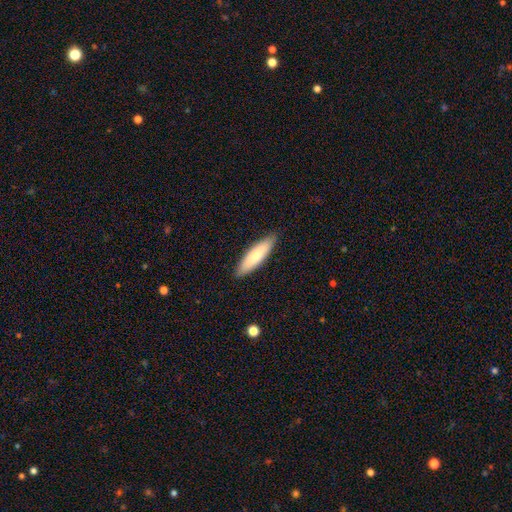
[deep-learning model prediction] Morphology: type=smooth (72%); roundness=cigar-shaped (63%); merging=none (89%).